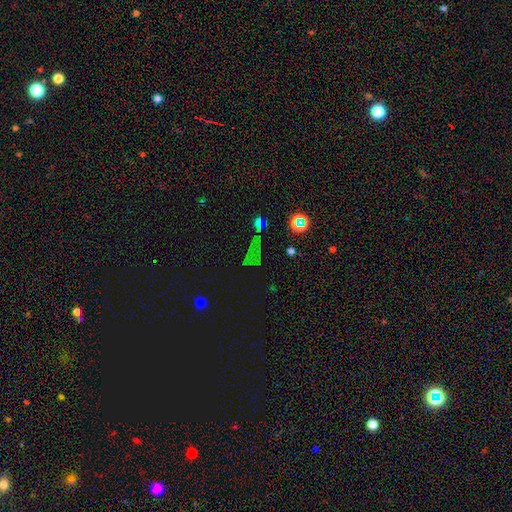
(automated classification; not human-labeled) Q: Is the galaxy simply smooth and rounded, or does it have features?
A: star or artifact — 62%.